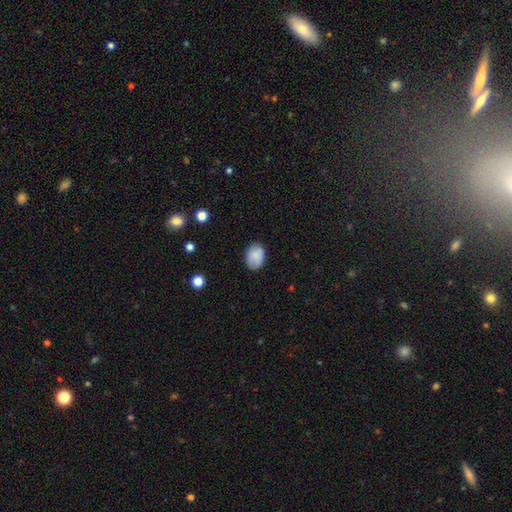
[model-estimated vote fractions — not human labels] Smooth or featured: smooth — 85% (star or artifact — 7%)
How rounded: in between — 76% (round — 23%)
Merging: none — 81% (minor disturbance — 14%)